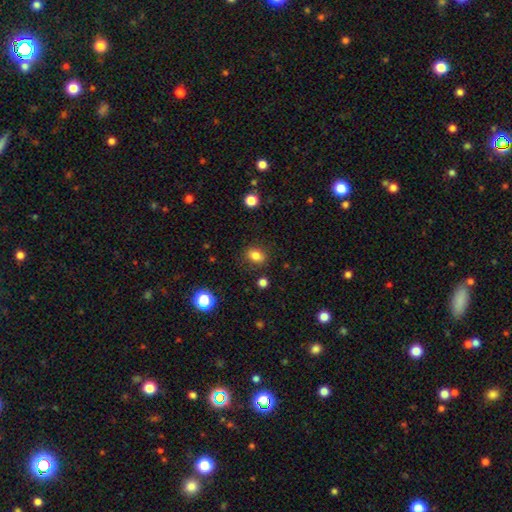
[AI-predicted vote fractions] Overall: smooth (82%). How rounded: in between (62%; round 37%). Merging: none (82%).